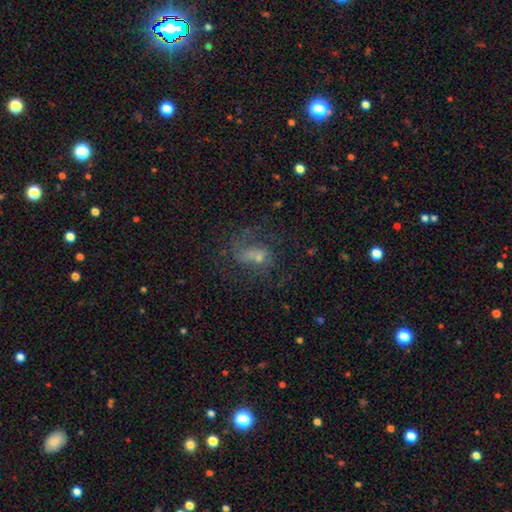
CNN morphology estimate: This is likely a featured or disk galaxy (61%). It is clearly not viewed edge-on (97%). Bar: possibly no (52%). Spiral arm pattern: likely yes (73%). Central bulge: possibly small (51%). Merging: marginally none (44%).